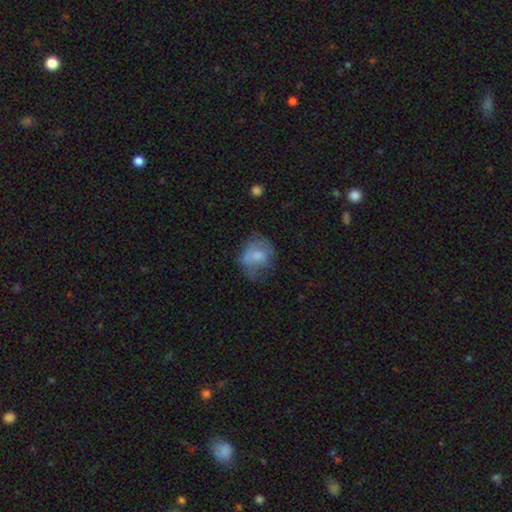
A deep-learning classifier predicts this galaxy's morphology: type=smooth (60%); roundness=round (55%); merging=none (43%).